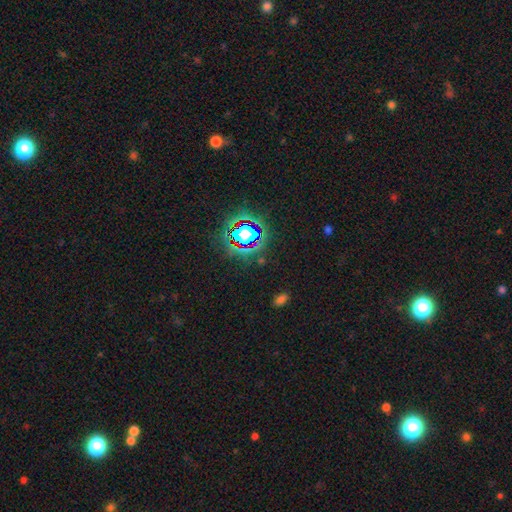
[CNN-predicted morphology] Overall: star or artifact (80%).